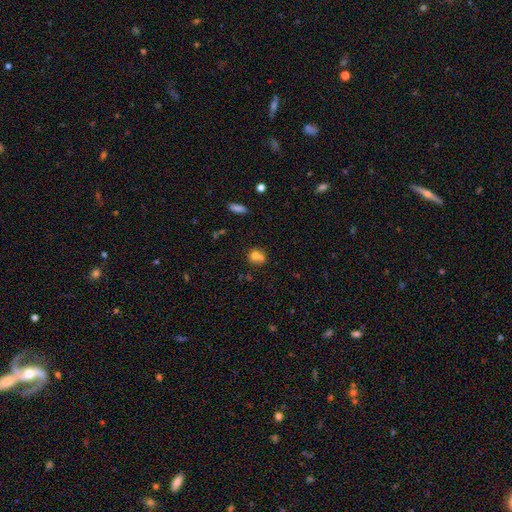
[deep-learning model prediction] smooth_or_featured: smooth (p=0.70) [alt: featured or disk p=0.18]
how_rounded: round (p=0.75) [alt: in between p=0.24]
merging: merger (p=0.56) [alt: none p=0.33]